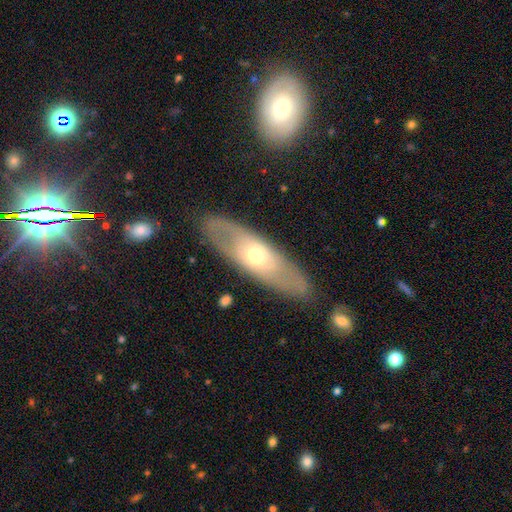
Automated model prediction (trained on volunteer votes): Smooth or featured? featured or disk (57%)
Edge-on disk? no (70%)
Merging? none (82%)